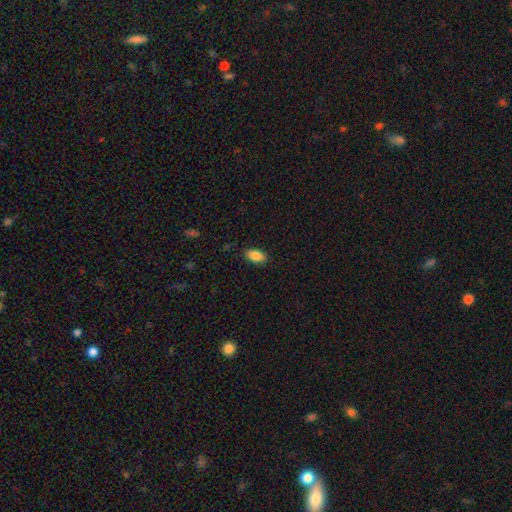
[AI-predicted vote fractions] Smooth or featured? Predicted: smooth (p=0.87). How rounded? Predicted: in between (p=0.91). Merging? Predicted: none (p=0.86).